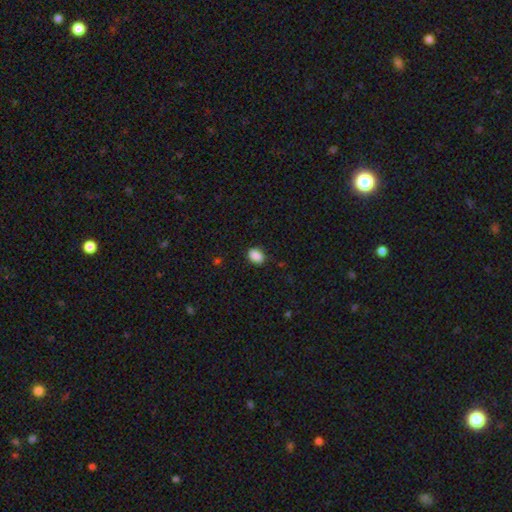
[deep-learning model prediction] This appears to be a smooth galaxy with no disk features (88%) that is in between round and cigar-shaped (67%). Merging: none (84%).